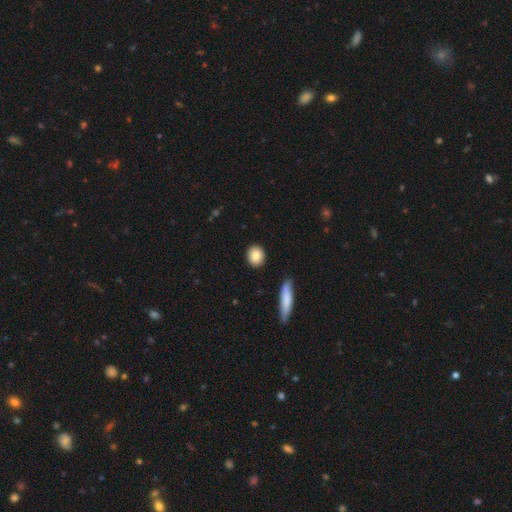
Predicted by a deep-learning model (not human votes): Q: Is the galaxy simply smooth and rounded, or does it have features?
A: smooth — 85%.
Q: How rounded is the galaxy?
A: round — 72%.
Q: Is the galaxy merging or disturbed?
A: none — 90%.